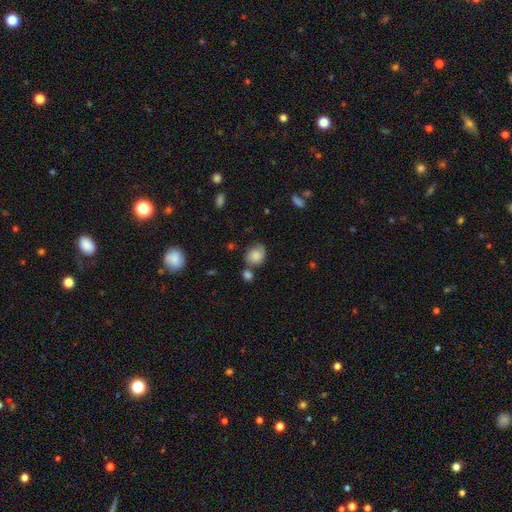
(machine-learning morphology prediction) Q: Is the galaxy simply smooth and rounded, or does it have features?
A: smooth — 75%.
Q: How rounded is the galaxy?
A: round — 60%.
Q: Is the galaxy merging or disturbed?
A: none — 55%.